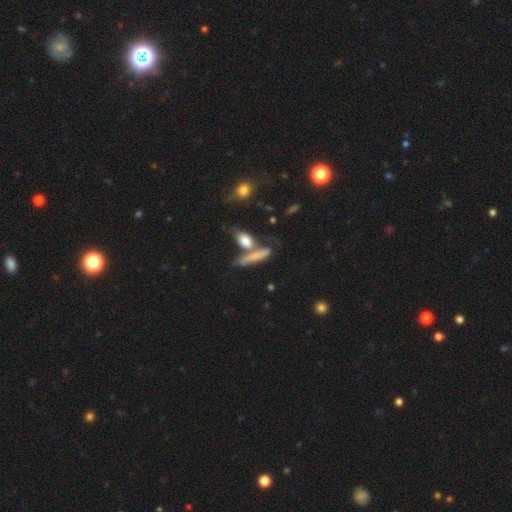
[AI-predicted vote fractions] smooth-or-featured: smooth: 66% | featured or disk: 25% | star or artifact: 9%
  how-rounded: cigar-shaped: 74% | in between: 20% | round: 6%
  merging: none: 50% | merger: 28% | minor disturbance: 15% | major disturbance: 7%